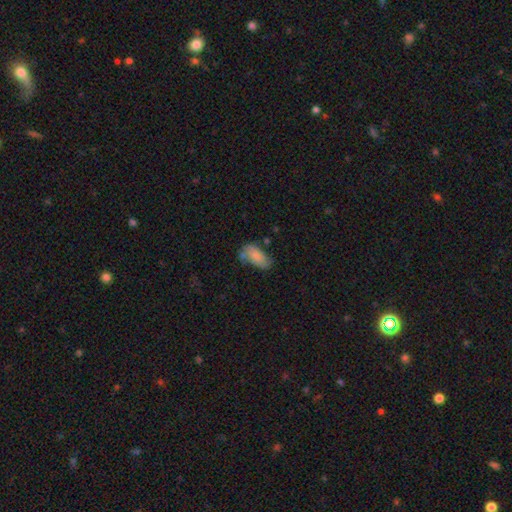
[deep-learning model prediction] smooth 74%, featured or disk 19%, star or artifact 7%. Down the decision tree: how rounded — in between (92%); merging — none (51%).